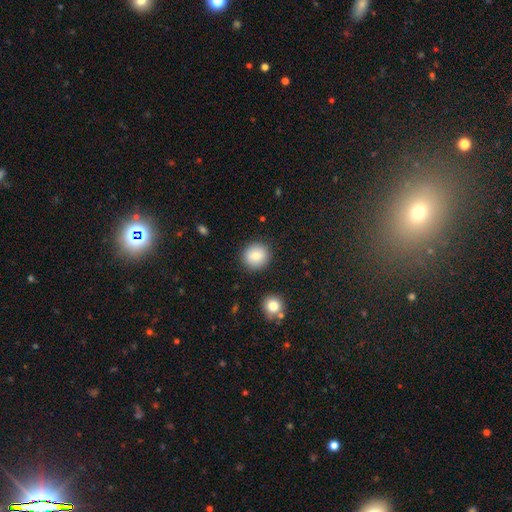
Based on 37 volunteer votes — A smooth galaxy with no disk features (86%) that is round (94%).

Vote fractions:
- Smooth or featured? smooth: 86% / featured or disk: 8% / star or artifact: 5%
- How rounded? round: 94% / in between: 6% / cigar-shaped: 0%
- Merging? none: 91% / minor disturbance: 6% / major disturbance: 3% / merger: 0%